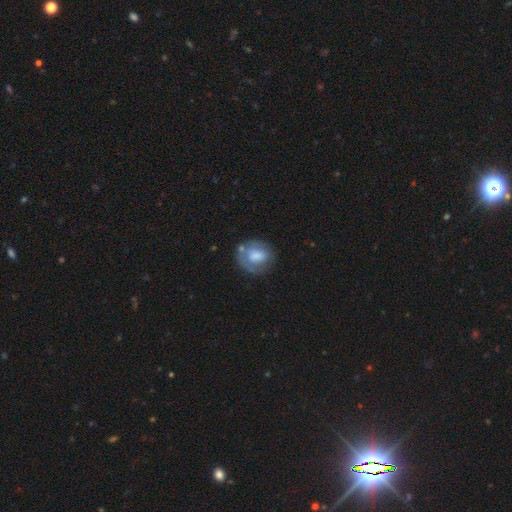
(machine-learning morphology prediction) A smooth galaxy with no disk features (59%) that is round (68%).

Vote fractions:
- Smooth or featured? smooth: 59% / featured or disk: 34% / star or artifact: 8%
- How rounded? round: 68% / in between: 31% / cigar-shaped: 1%
- Merging? none: 61% / minor disturbance: 22% / major disturbance: 11% / merger: 6%